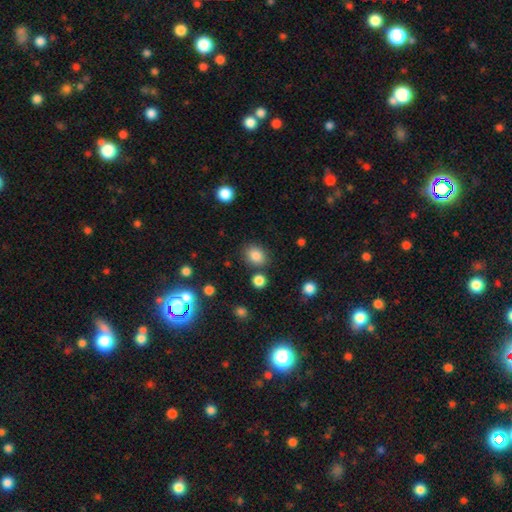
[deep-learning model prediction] smooth-or-featured: smooth: 84% | star or artifact: 11% | featured or disk: 5%
  how-rounded: round: 57% | in between: 42% | cigar-shaped: 1%
  merging: none: 79% | minor disturbance: 11% | merger: 6% | major disturbance: 4%